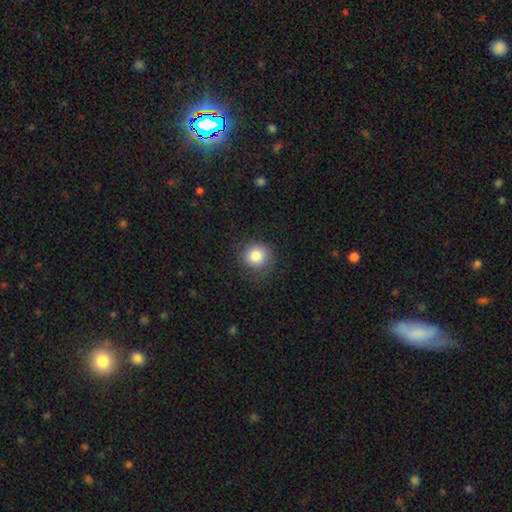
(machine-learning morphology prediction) Smooth or featured?
  - smooth: 83% *
  - star or artifact: 10%
  - featured or disk: 7%
How rounded?
  - round: 92% *
  - in between: 7%
  - cigar-shaped: 1%
Merging?
  - none: 83% *
  - minor disturbance: 12%
  - major disturbance: 4%
  - merger: 1%